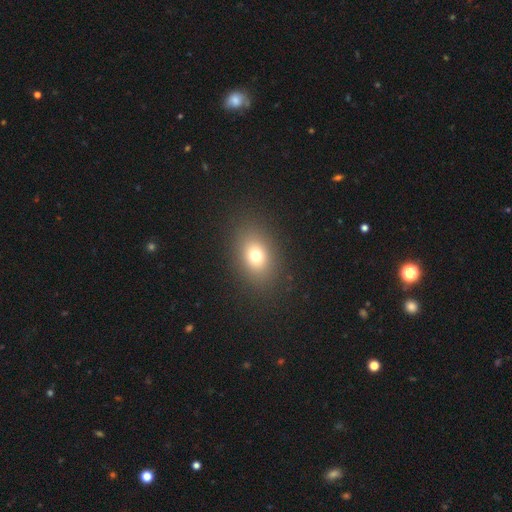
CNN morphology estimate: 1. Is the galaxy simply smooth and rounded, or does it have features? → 73% smooth, 15% star or artifact, 12% featured or disk.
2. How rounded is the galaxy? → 65% in between, 33% round, 1% cigar-shaped.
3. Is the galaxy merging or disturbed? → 87% none, 8% minor disturbance, 4% major disturbance, 1% merger.